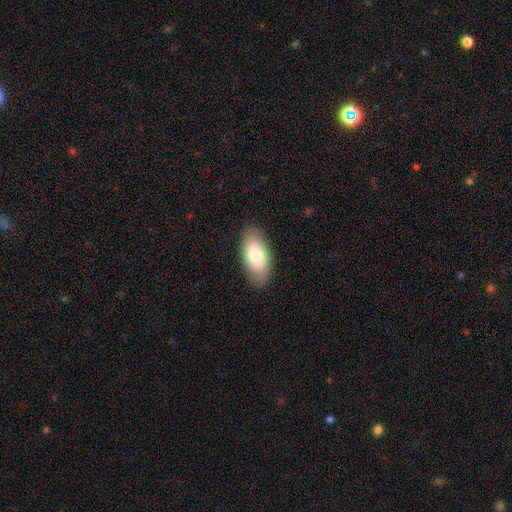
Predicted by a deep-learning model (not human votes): Smooth or featured? smooth (79%)
How rounded? in between (93%)
Merging? none (86%)